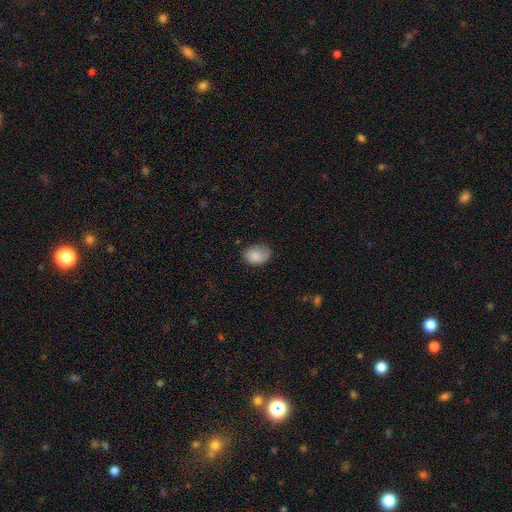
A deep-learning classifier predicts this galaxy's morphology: smooth-or-featured: smooth: 79% | featured or disk: 14% | star or artifact: 7%
  how-rounded: in between: 75% | round: 24% | cigar-shaped: 1%
  merging: none: 59% | minor disturbance: 30% | major disturbance: 10% | merger: 2%